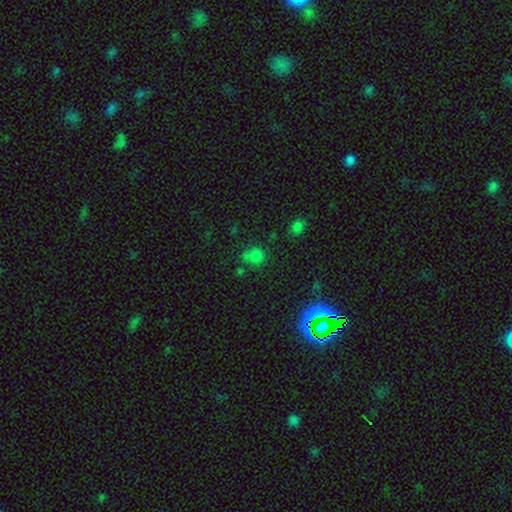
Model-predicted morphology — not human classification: A smooth galaxy with no disk features (69%) that is round (71%).

Vote fractions:
- Smooth or featured? smooth: 69% / star or artifact: 24% / featured or disk: 7%
- How rounded? round: 71% / in between: 28% / cigar-shaped: 1%
- Merging? none: 56% / minor disturbance: 20% / merger: 14% / major disturbance: 10%